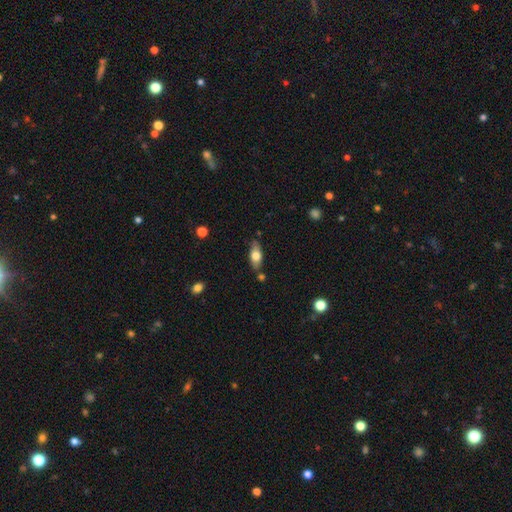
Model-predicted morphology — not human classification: The model was most divided on "smooth or featured": smooth: 65%, featured or disk: 28%, star or artifact: 7%. More confident: how rounded — in between (79%); merging — none (75%).